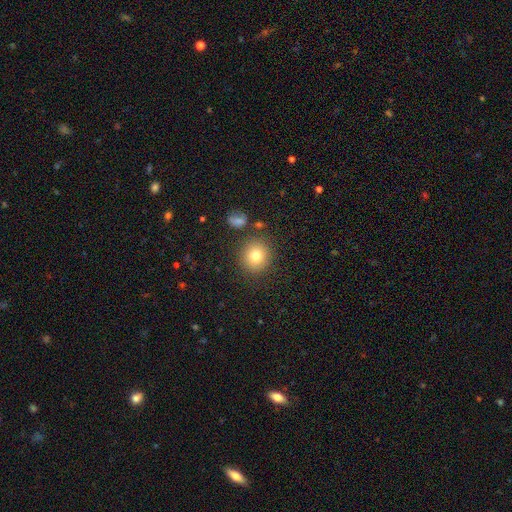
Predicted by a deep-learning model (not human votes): Smooth or featured?
  - smooth: 79% *
  - star or artifact: 12%
  - featured or disk: 10%
How rounded?
  - round: 88% *
  - in between: 11%
  - cigar-shaped: 1%
Merging?
  - none: 85% *
  - minor disturbance: 8%
  - merger: 4%
  - major disturbance: 3%